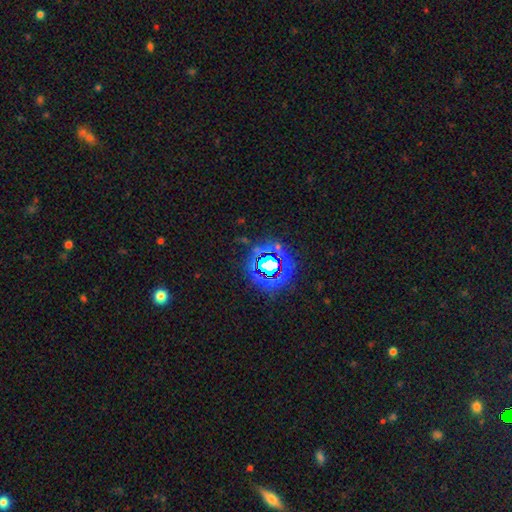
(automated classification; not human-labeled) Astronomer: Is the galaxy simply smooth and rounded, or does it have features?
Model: star or artifact — 80%.